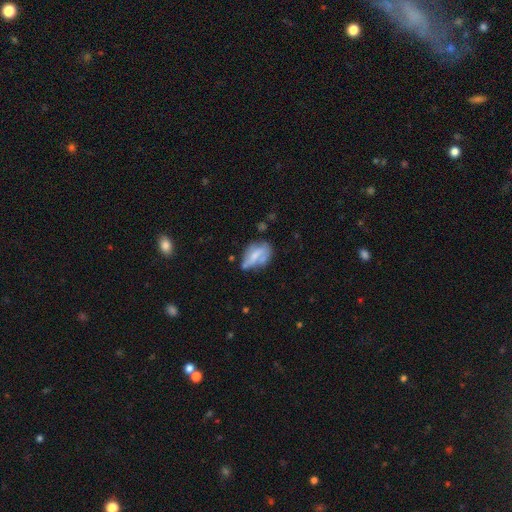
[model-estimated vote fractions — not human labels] This appears to be a smooth galaxy with no disk features (49%). Merging: none (39%).